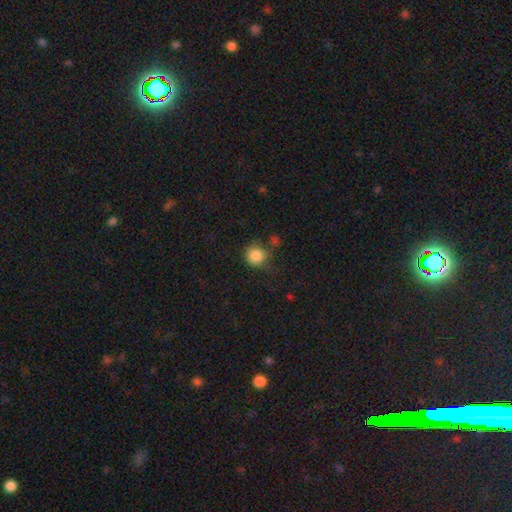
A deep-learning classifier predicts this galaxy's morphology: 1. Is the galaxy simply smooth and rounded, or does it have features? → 85% smooth, 10% star or artifact, 5% featured or disk.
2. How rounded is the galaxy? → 91% round, 8% in between, 1% cigar-shaped.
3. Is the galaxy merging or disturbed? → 64% none, 21% minor disturbance, 9% major disturbance, 7% merger.